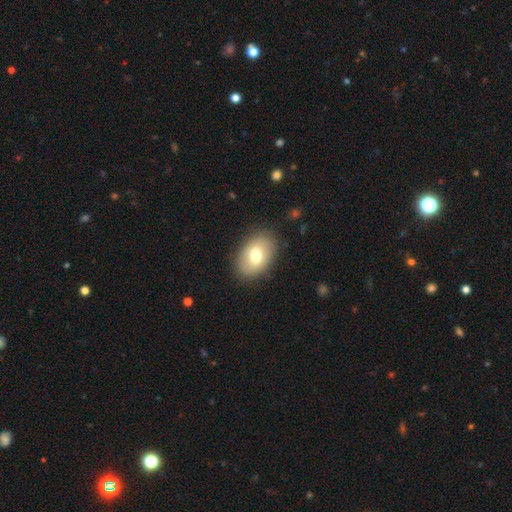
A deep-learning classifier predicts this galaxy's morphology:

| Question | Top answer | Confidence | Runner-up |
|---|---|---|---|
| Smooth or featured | smooth | 72% | featured or disk (21%) |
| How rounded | in between | 88% | round (11%) |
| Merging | none | 85% | minor disturbance (10%) |